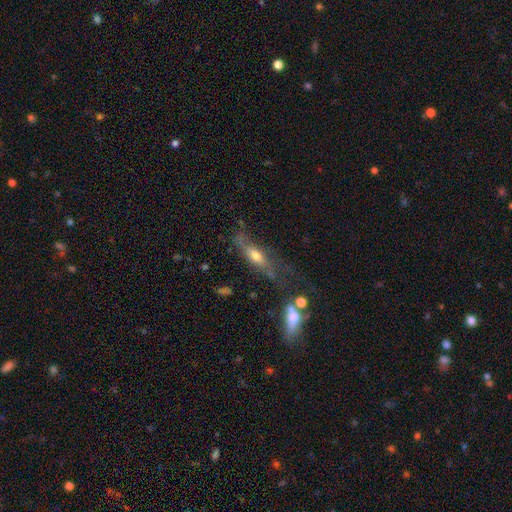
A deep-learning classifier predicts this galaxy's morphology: featured or disk 46%, smooth 44%, star or artifact 11%. Down the decision tree: merging — none (46%).